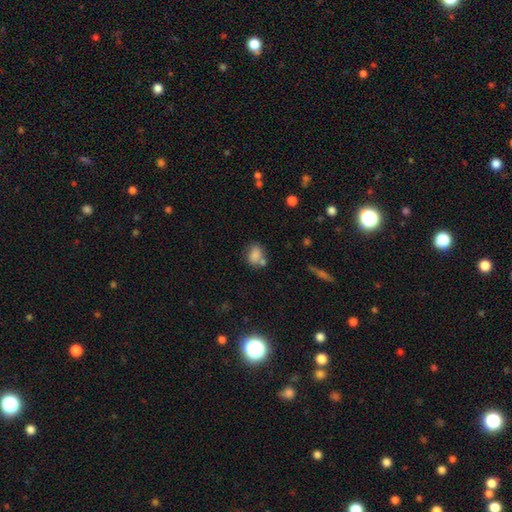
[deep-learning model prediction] Morphology: type=smooth (79%); roundness=in between (63%); merging=none (50%).